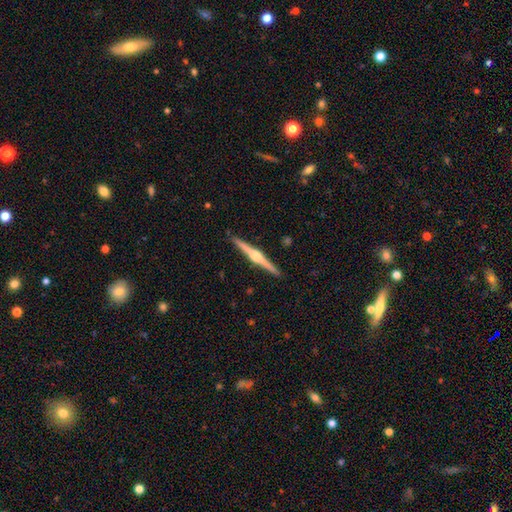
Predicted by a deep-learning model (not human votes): Smooth or featured: featured or disk — 82% (smooth — 13%)
Edge-on disk: yes — 99% (no — 1%)
Edge-on bulge: rounded — 92% (boxy — 5%)
Merging: none — 92% (minor disturbance — 6%)